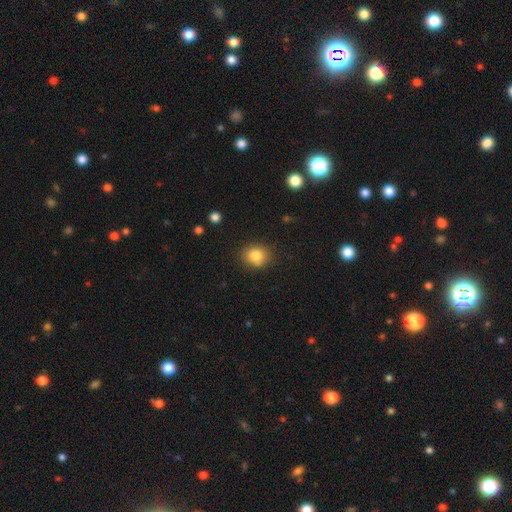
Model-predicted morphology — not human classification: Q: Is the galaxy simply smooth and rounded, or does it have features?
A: smooth — 81%.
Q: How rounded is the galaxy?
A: round — 65%.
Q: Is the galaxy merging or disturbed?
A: none — 80%.